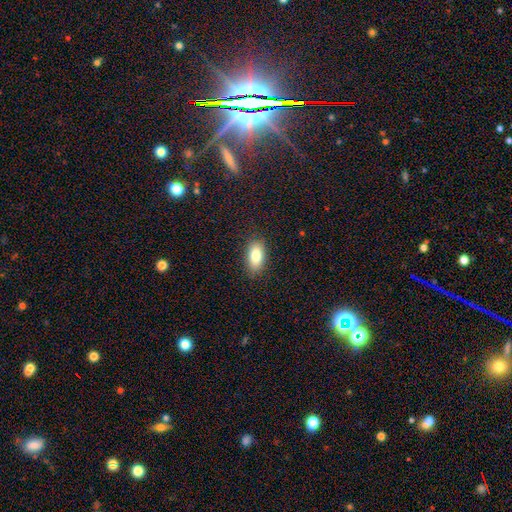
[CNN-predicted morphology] smooth-or-featured: smooth: 83% | featured or disk: 10% | star or artifact: 8%
  how-rounded: in between: 90% | cigar-shaped: 6% | round: 4%
  merging: none: 86% | minor disturbance: 10% | major disturbance: 3% | merger: 1%